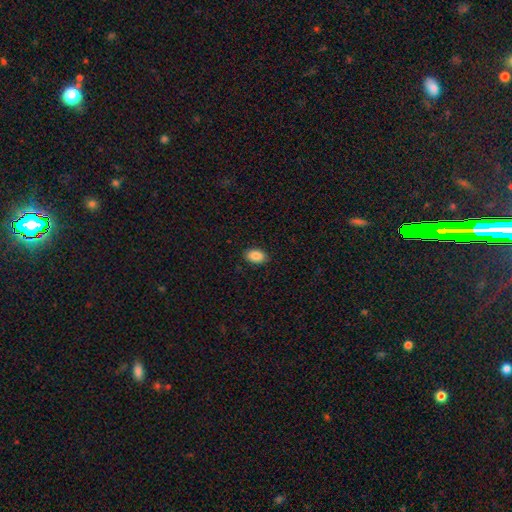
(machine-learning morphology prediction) This is clearly a smooth galaxy (88%). How rounded: clearly in between (92%). Merging: clearly none (89%).